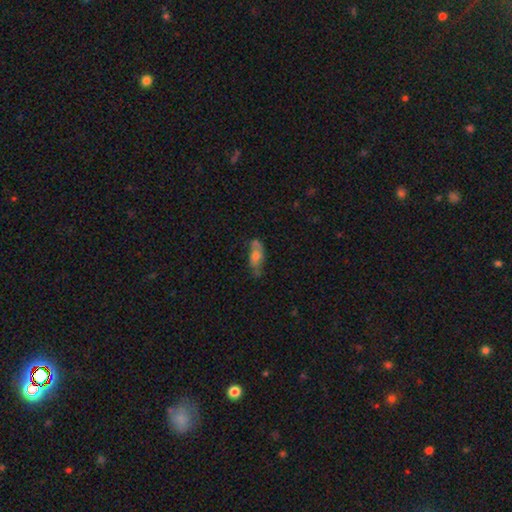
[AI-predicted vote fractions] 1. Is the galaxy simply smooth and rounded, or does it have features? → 51% smooth, 40% featured or disk, 9% star or artifact.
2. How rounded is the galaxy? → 72% in between, 23% cigar-shaped, 5% round.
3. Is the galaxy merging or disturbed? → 53% none, 28% minor disturbance, 11% major disturbance, 8% merger.